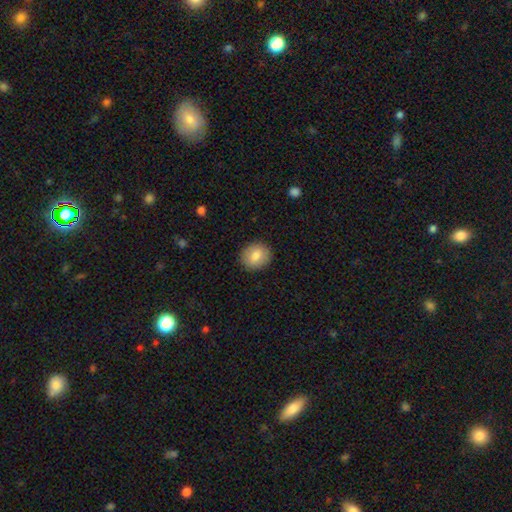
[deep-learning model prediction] This appears to be a smooth galaxy with no disk features (78%) that is round (67%). Merging: none (89%).